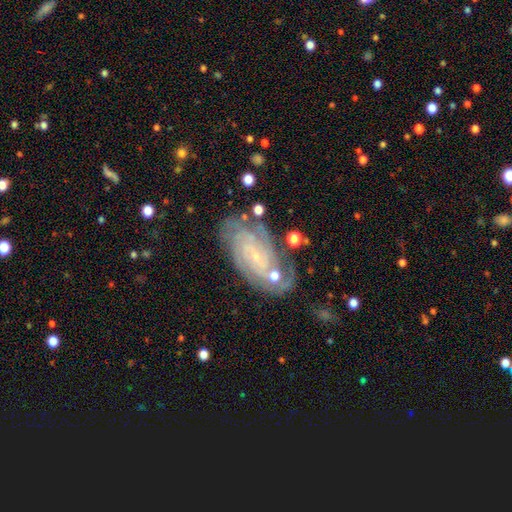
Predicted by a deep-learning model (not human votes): Q: Smooth or featured?
A: featured or disk (79%); runner-up: smooth (12%)
Q: Edge-on disk?
A: no (95%); runner-up: yes (5%)
Q: Bar?
A: no (69%); runner-up: weak (24%)
Q: Spiral arms?
A: yes (94%); runner-up: no (6%)
Q: Spiral winding?
A: tight (71%); runner-up: medium (23%)
Q: Spiral arm count?
A: can't tell (38%); runner-up: 2 (17%)
Q: Bulge size?
A: small (83%); runner-up: moderate (9%)
Q: Merging?
A: none (66%); runner-up: minor disturbance (19%)